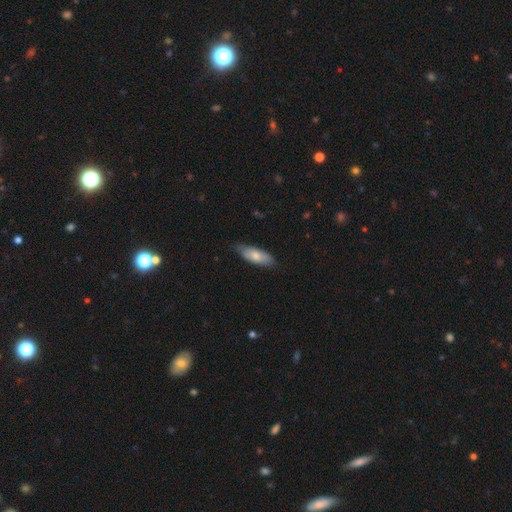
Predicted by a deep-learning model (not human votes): Smooth or featured? Predicted: smooth (p=0.72). How rounded? Predicted: in between (p=0.68). Merging? Predicted: none (p=0.72).